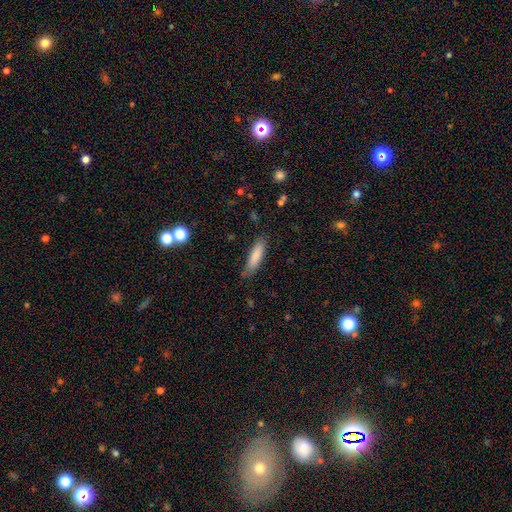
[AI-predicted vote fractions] The model was most divided on "how rounded": cigar-shaped: 68%, in between: 31%, round: 1%. More confident: smooth or featured — smooth (83%); merging — none (78%).